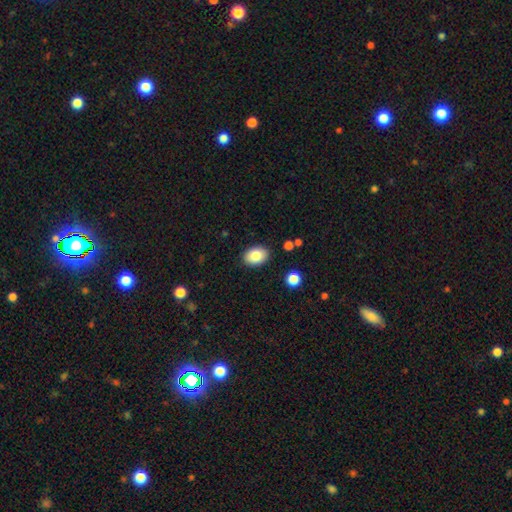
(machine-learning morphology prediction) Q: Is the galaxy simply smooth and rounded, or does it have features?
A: smooth — 85%.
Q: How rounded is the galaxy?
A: in between — 81%.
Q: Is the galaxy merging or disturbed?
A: none — 88%.